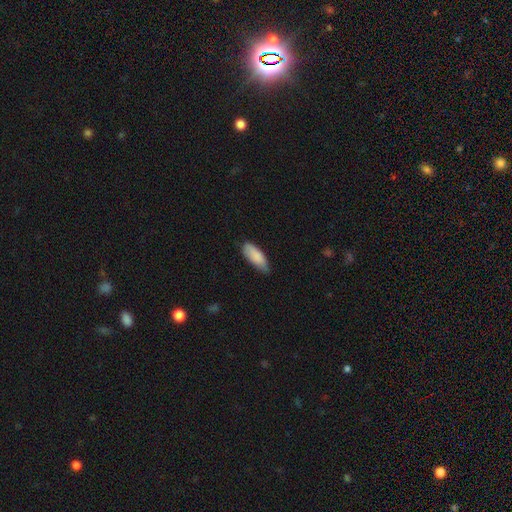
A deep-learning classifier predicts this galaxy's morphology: Smooth or featured? smooth (87%)
How rounded? in between (74%)
Merging? none (63%)